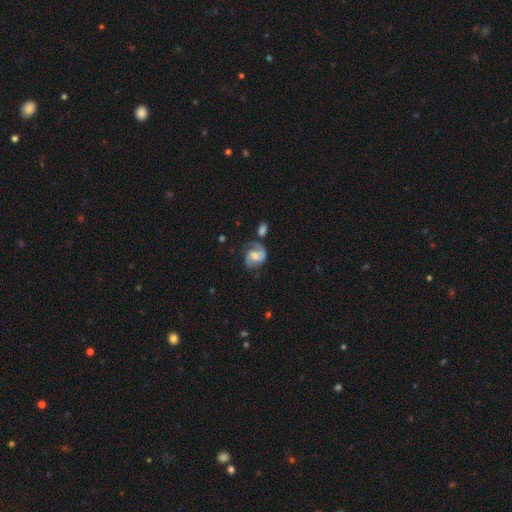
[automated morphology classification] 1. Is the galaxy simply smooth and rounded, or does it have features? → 83% featured or disk, 11% smooth, 6% star or artifact.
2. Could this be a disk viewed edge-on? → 98% no, 2% yes.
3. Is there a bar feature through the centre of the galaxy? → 45% weak, 44% no, 11% strong.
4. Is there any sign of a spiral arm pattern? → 96% yes, 4% no.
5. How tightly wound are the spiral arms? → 53% medium, 24% loose, 22% tight.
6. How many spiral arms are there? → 86% 2, 6% 1, 4% can't tell, 2% 3, 1% 4, 1% more than 4.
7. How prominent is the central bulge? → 51% moderate, 32% small, 9% none, 7% large, 1% dominant.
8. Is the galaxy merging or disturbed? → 60% none, 21% minor disturbance, 10% major disturbance, 9% merger.